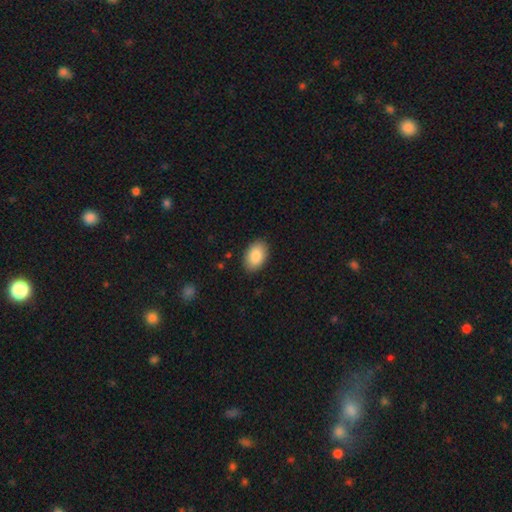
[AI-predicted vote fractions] Smooth or featured? Predicted: smooth (p=0.87). How rounded? Predicted: in between (p=0.92). Merging? Predicted: none (p=0.88).